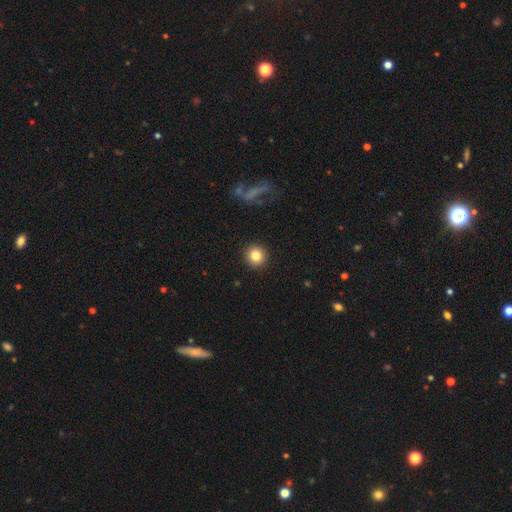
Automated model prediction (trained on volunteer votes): Smooth or featured: smooth — 82% (star or artifact — 10%)
How rounded: round — 95% (in between — 4%)
Merging: none — 92% (minor disturbance — 5%)